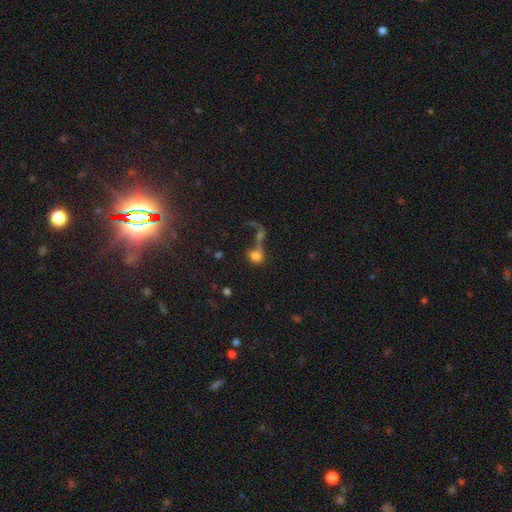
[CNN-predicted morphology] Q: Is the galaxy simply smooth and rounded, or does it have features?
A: smooth — 69%.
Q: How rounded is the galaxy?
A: round — 55%.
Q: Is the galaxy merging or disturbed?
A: merger — 50%.